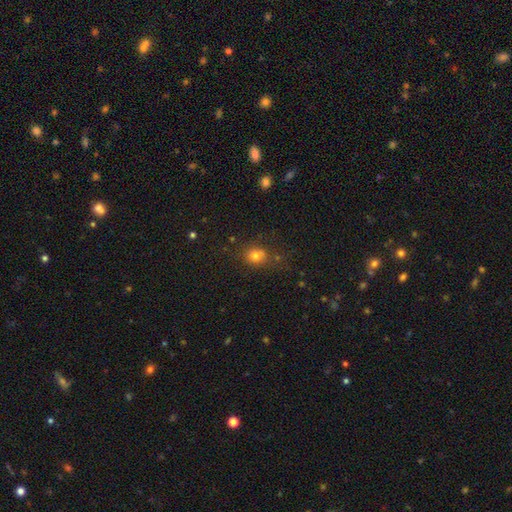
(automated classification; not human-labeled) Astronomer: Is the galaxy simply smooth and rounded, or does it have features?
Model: smooth — 76%.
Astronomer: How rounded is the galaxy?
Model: round — 70%.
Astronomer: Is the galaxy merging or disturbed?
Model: none — 66%.